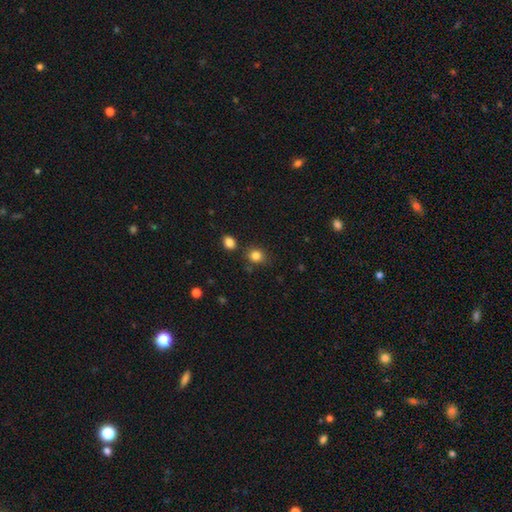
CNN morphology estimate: This is clearly a smooth galaxy (84%). How rounded: likely round (74%). Merging: likely none (79%).